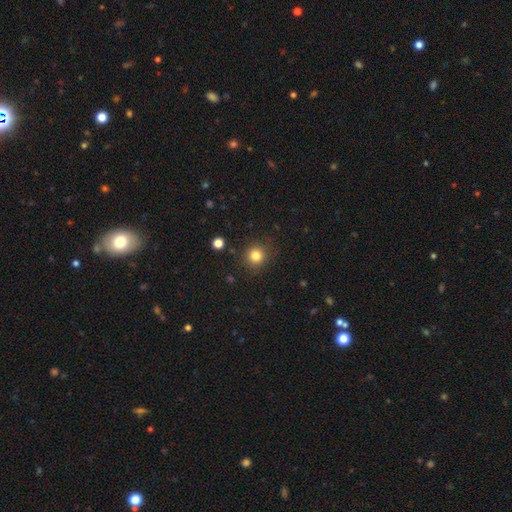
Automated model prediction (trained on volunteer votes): Smooth or featured?
  - smooth: 82% *
  - star or artifact: 13%
  - featured or disk: 5%
How rounded?
  - round: 91% *
  - in between: 8%
  - cigar-shaped: 1%
Merging?
  - none: 88% *
  - minor disturbance: 8%
  - major disturbance: 3%
  - merger: 2%